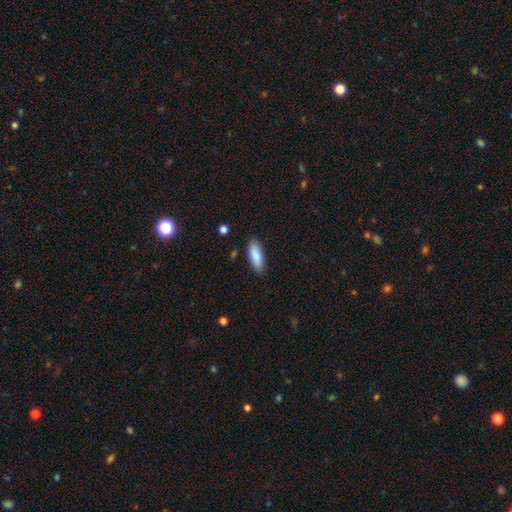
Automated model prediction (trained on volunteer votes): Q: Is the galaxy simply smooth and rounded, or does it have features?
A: smooth — 88%.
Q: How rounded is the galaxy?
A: in between — 68%.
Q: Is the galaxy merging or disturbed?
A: none — 86%.